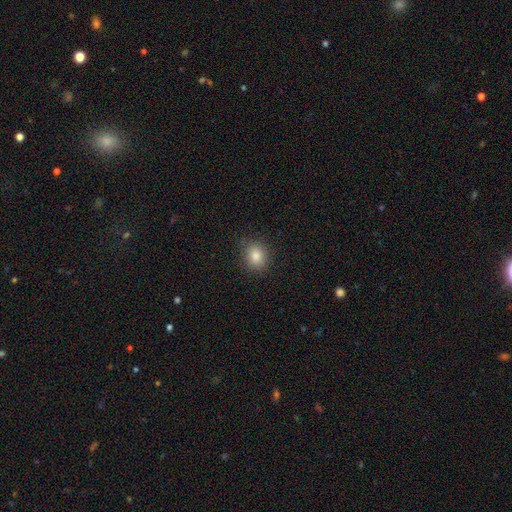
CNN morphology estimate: A smooth galaxy with no disk features (83%) that is round (61%). Merging: none (84%).